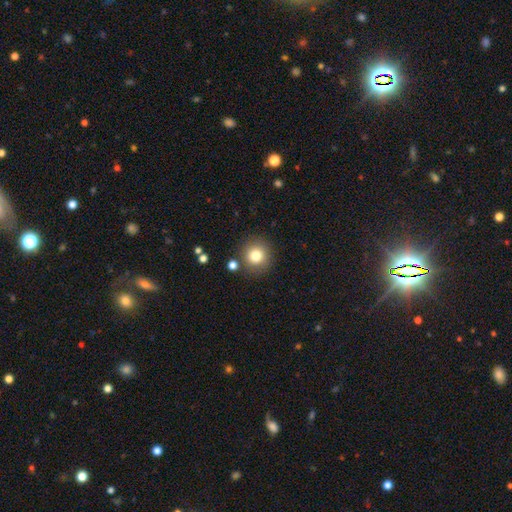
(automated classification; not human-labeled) A smooth galaxy with no disk features (80%) that is round (93%).

Vote fractions:
- Smooth or featured? smooth: 80% / star or artifact: 12% / featured or disk: 9%
- How rounded? round: 93% / in between: 6% / cigar-shaped: 1%
- Merging? none: 84% / minor disturbance: 8% / merger: 5% / major disturbance: 3%